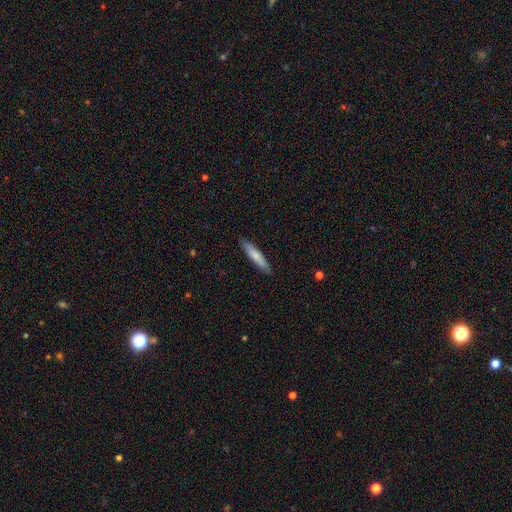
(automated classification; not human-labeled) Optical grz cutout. It shows a smooth galaxy with no disk features (75%) that is cigar-shaped (87%). Merging: none (87%).